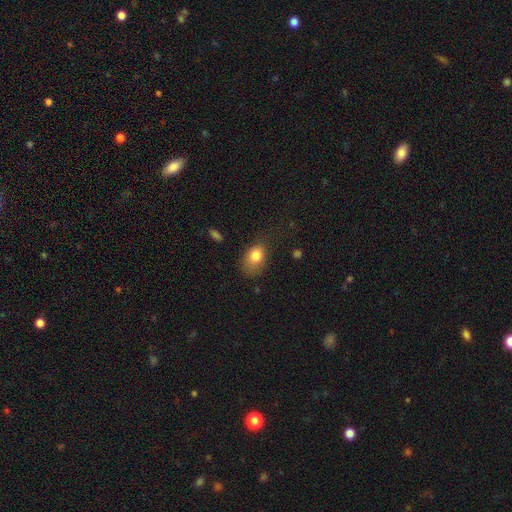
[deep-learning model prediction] Q: Smooth or featured?
A: smooth (81%); runner-up: featured or disk (10%)
Q: How rounded?
A: in between (75%); runner-up: round (24%)
Q: Merging?
A: none (51%); runner-up: minor disturbance (32%)